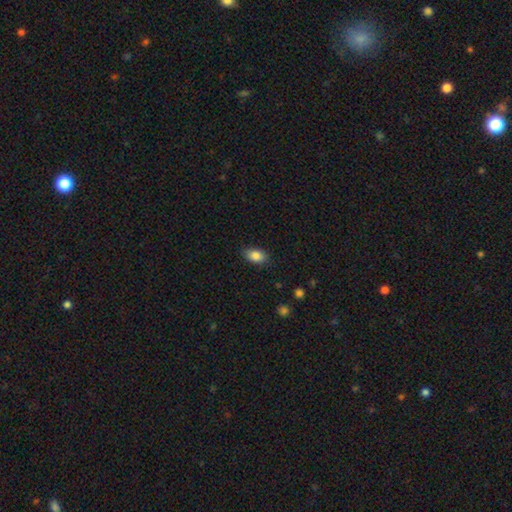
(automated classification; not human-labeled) This is clearly a smooth galaxy (86%). How rounded: clearly in between (88%). Merging: clearly none (85%).